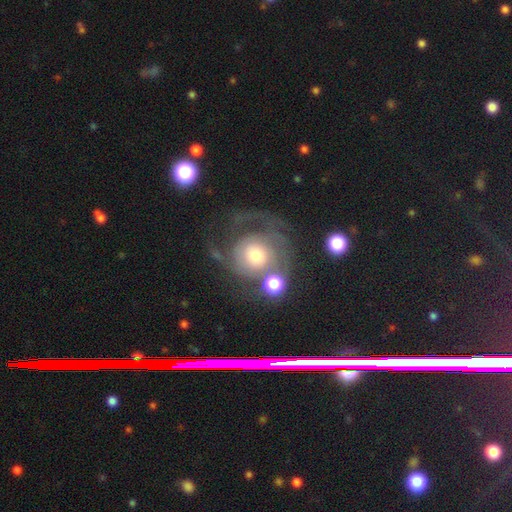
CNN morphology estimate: This appears to be a featured or disk galaxy (68%) with no bar (79%), 2 (39%) tight (44%) spiral arms (85%) and a moderate central bulge (58%). Merging: none (42%).